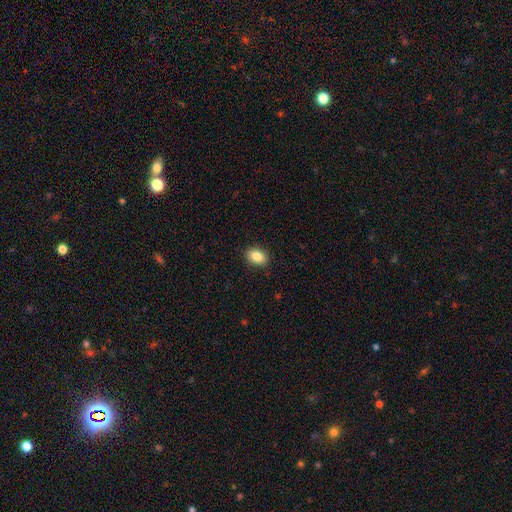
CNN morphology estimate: smooth-or-featured: smooth: 85% | star or artifact: 8% | featured or disk: 6%
  how-rounded: in between: 77% | round: 21% | cigar-shaped: 1%
  merging: none: 89% | minor disturbance: 8% | major disturbance: 2% | merger: 1%